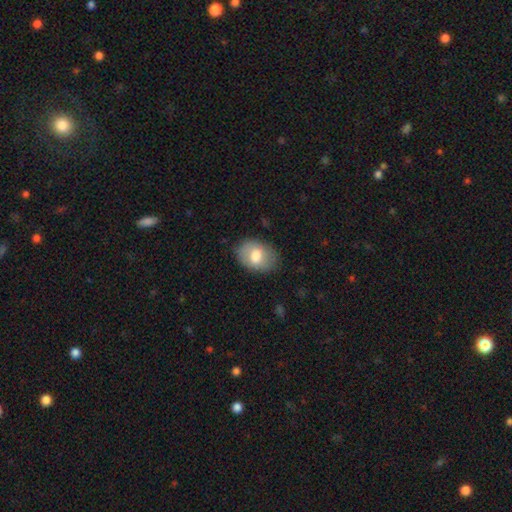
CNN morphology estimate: smooth 73%, featured or disk 20%, star or artifact 7%. Down the decision tree: how rounded — in between (77%); merging — none (81%).